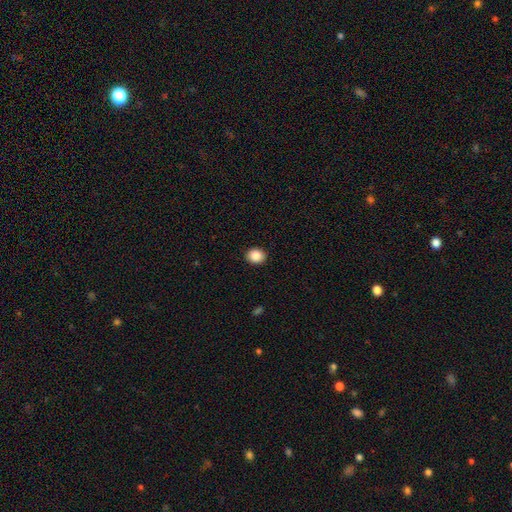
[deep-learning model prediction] Smooth or featured? smooth (88%)
How rounded? round (70%)
Merging? none (90%)